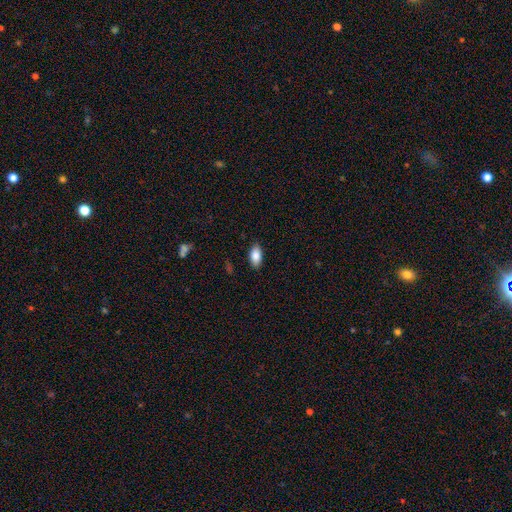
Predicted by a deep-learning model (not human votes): This is clearly a smooth galaxy (86%). How rounded: clearly in between (92%). Merging: clearly none (88%).